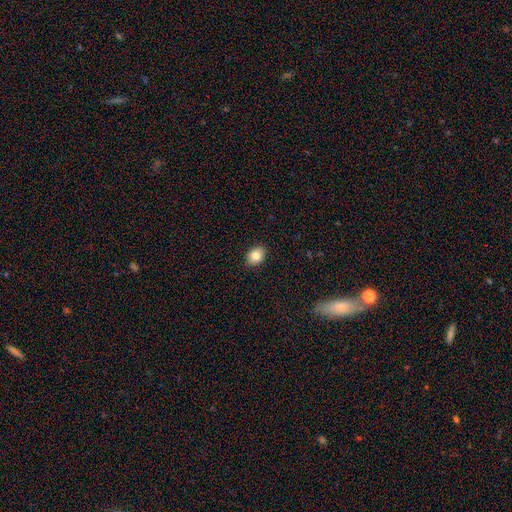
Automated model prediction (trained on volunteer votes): This appears to be a smooth galaxy with no disk features (84%) that is in between round and cigar-shaped (65%). Merging: none (89%).